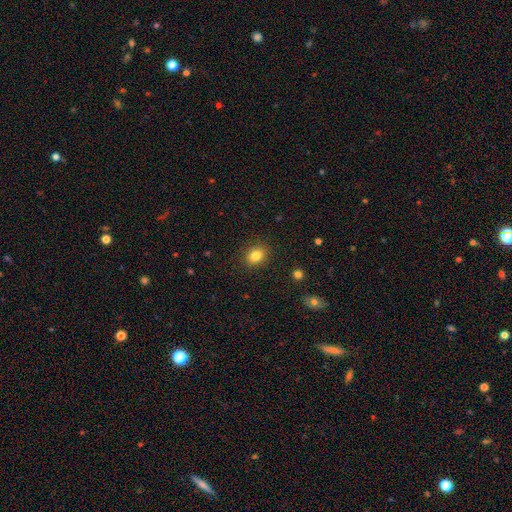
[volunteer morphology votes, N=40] Smooth or featured: smooth — 92% (star or artifact — 5%)
How rounded: round — 54% (in between — 46%)
Merging: none — 95% (minor disturbance — 5%)